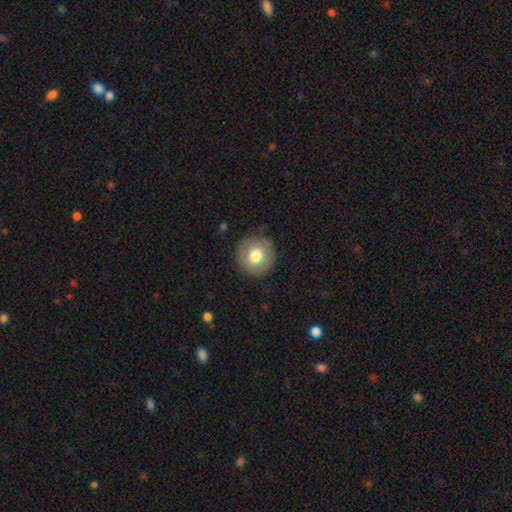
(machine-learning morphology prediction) Smooth or featured? smooth (75%)
How rounded? round (93%)
Merging? none (86%)